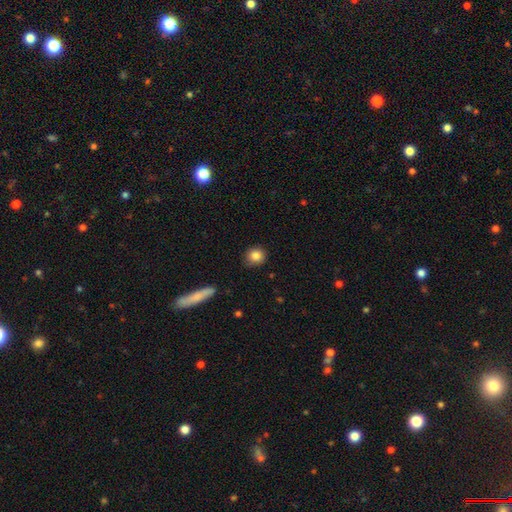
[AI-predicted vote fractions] smooth-or-featured: smooth: 85% | star or artifact: 9% | featured or disk: 6%
  how-rounded: round: 85% | in between: 14% | cigar-shaped: 1%
  merging: none: 84% | minor disturbance: 12% | major disturbance: 2% | merger: 1%